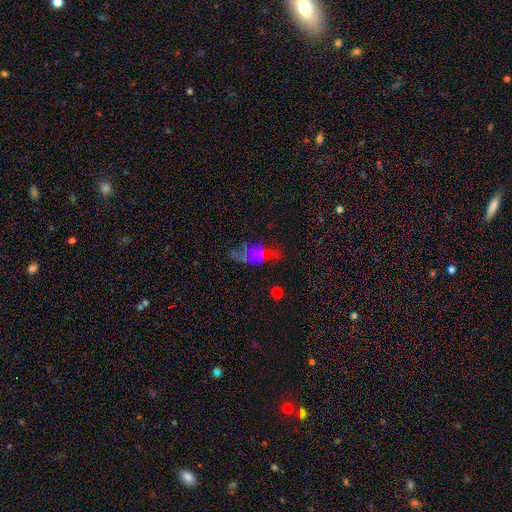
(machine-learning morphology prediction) smooth-or-featured: featured or disk: 40% | smooth: 38% | star or artifact: 22%
  merging: none: 37% | major disturbance: 31% | minor disturbance: 22% | merger: 10%